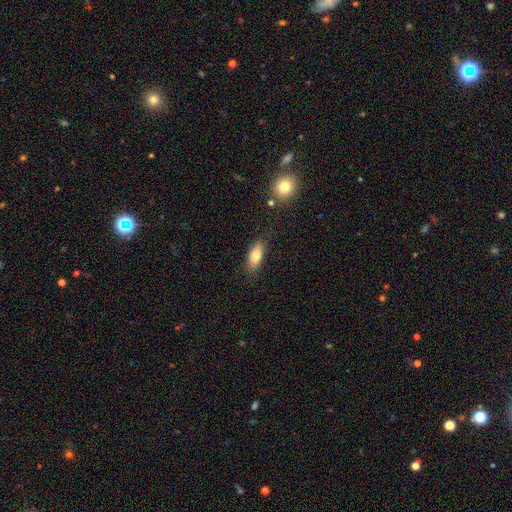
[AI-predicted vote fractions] smooth-or-featured: smooth: 78% | featured or disk: 14% | star or artifact: 8%
  how-rounded: in between: 81% | cigar-shaped: 15% | round: 3%
  merging: none: 82% | minor disturbance: 13% | major disturbance: 3% | merger: 2%